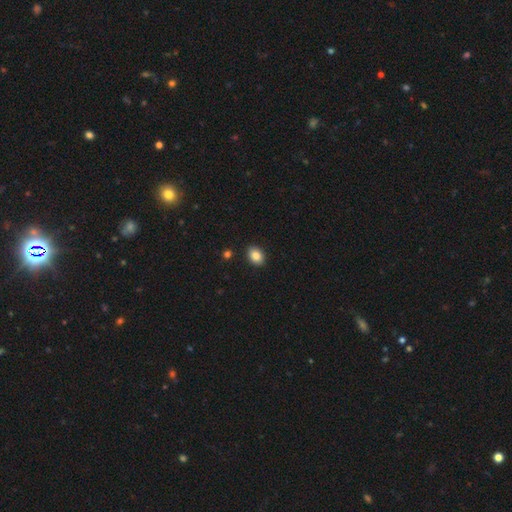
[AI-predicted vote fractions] Smooth or featured: smooth — 86% (star or artifact — 8%)
How rounded: in between — 76% (round — 23%)
Merging: none — 90% (minor disturbance — 7%)